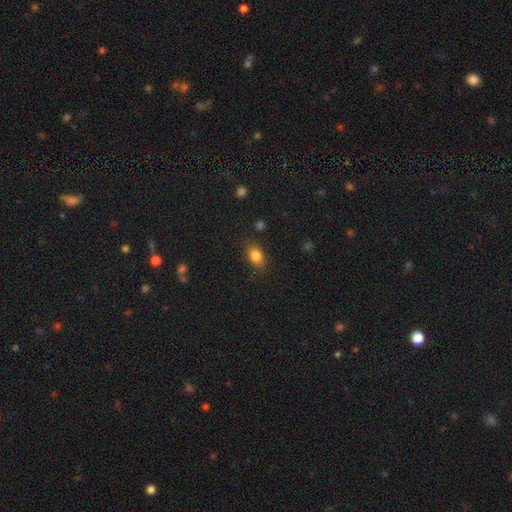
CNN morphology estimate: Smooth or featured? Predicted: smooth (p=0.83). How rounded? Predicted: in between (p=0.82). Merging? Predicted: none (p=0.83).